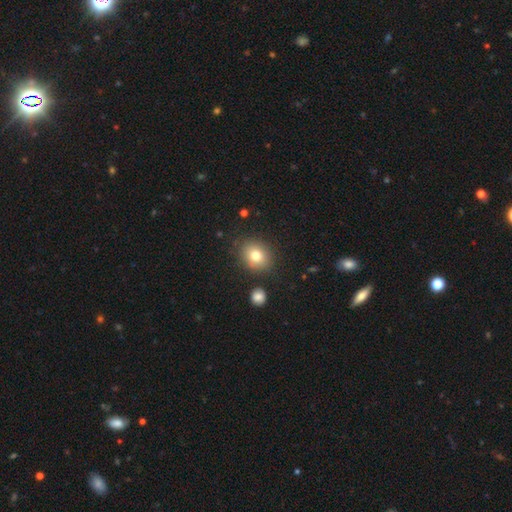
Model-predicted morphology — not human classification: A smooth galaxy with no disk features (79%) that is round (62%).

Vote fractions:
- Smooth or featured? smooth: 79% / star or artifact: 11% / featured or disk: 10%
- How rounded? round: 62% / in between: 37% / cigar-shaped: 1%
- Merging? none: 84% / minor disturbance: 10% / merger: 4% / major disturbance: 3%